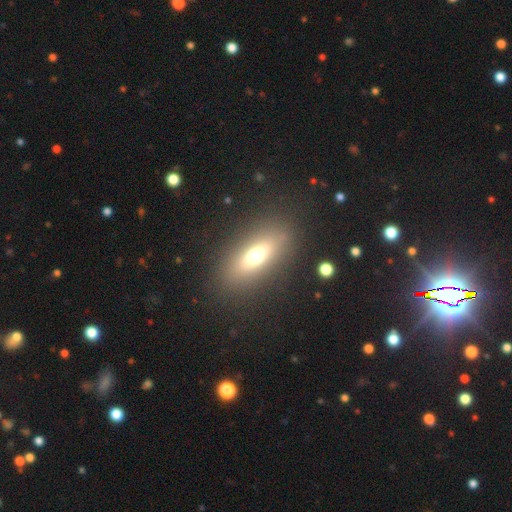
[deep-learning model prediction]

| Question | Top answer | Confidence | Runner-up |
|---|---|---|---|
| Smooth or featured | smooth | 63% | featured or disk (26%) |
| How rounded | in between | 69% | cigar-shaped (26%) |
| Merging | none | 85% | minor disturbance (9%) |